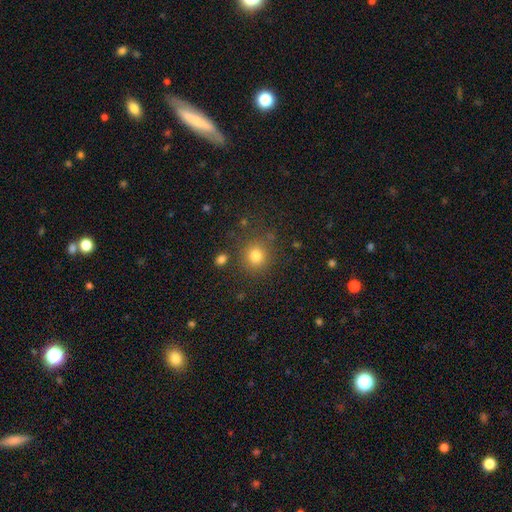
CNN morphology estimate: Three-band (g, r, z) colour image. It shows a smooth galaxy with no disk features (80%) that is round (86%). Merging: none (80%).